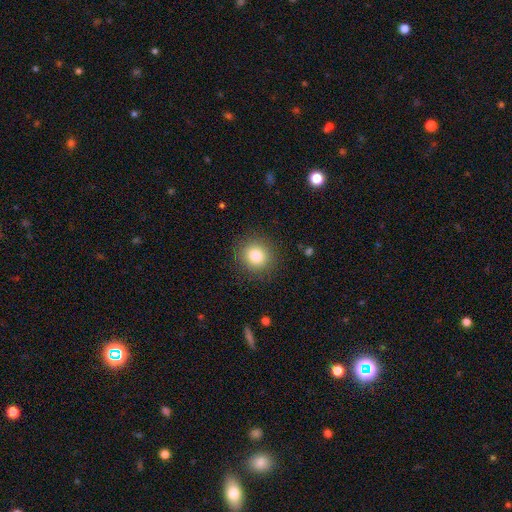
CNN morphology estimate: The model was most divided on "smooth or featured": smooth: 82%, star or artifact: 11%, featured or disk: 8%. More confident: how rounded — round (90%); merging — none (89%).